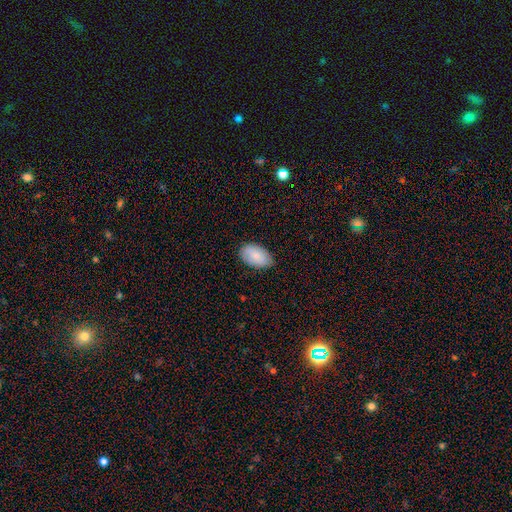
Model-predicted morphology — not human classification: A smooth galaxy with no disk features (82%) that is in between round and cigar-shaped (93%). Merging: none (79%).